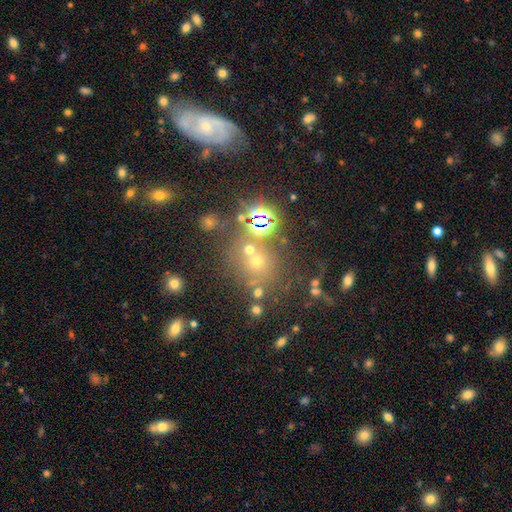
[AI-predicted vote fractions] This appears to be a star or artifact, not a galaxy (45%).